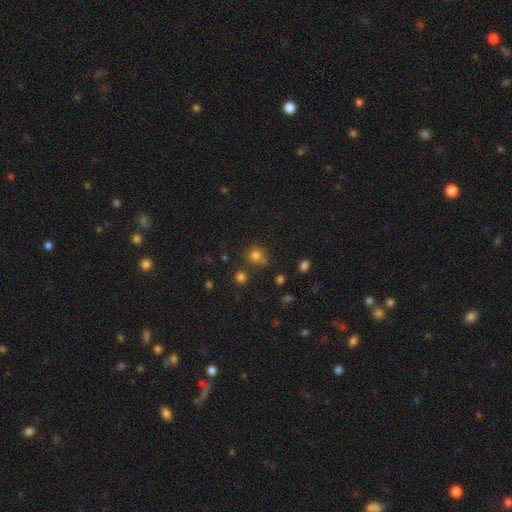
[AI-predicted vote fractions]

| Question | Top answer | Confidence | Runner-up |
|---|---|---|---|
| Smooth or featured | smooth | 76% | star or artifact (17%) |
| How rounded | round | 87% | in between (12%) |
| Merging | none | 68% | merger (14%) |